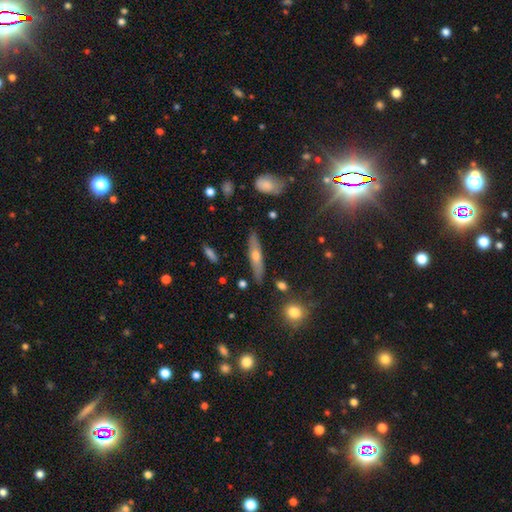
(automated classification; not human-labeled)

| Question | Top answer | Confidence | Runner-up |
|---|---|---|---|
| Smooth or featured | featured or disk | 54% | smooth (36%) |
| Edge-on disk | yes | 89% | no (11%) |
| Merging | none | 85% | minor disturbance (11%) |